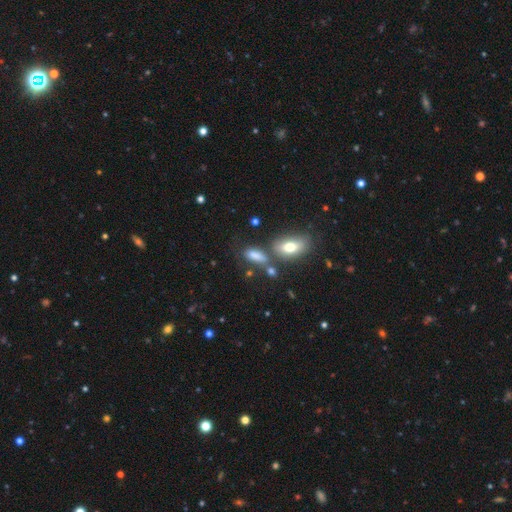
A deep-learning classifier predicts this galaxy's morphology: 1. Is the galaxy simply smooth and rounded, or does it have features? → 77% smooth, 12% star or artifact, 12% featured or disk.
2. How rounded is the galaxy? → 74% in between, 19% cigar-shaped, 7% round.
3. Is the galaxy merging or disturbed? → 49% none, 23% merger, 18% minor disturbance, 9% major disturbance.